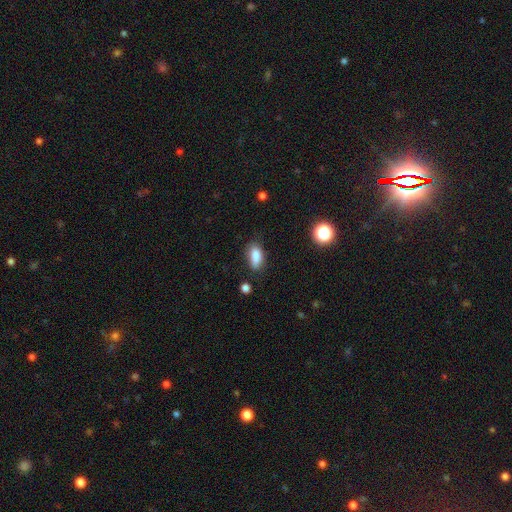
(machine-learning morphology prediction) smooth-or-featured: smooth: 83% | star or artifact: 9% | featured or disk: 9%
  how-rounded: in between: 86% | cigar-shaped: 10% | round: 5%
  merging: none: 66% | minor disturbance: 24% | major disturbance: 5% | merger: 5%